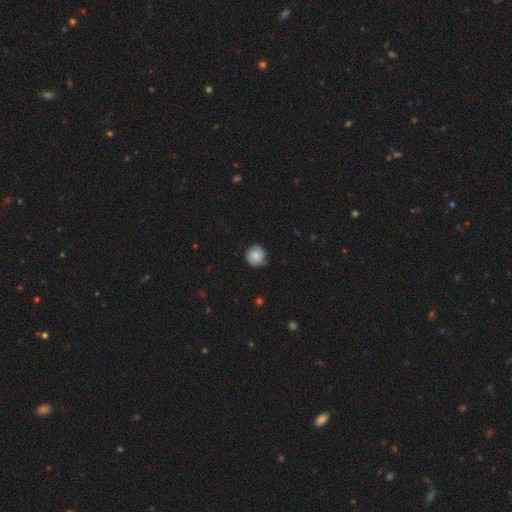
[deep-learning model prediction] Q: Smooth or featured?
A: smooth (68%); runner-up: featured or disk (24%)
Q: How rounded?
A: round (88%); runner-up: in between (11%)
Q: Merging?
A: none (79%); runner-up: minor disturbance (17%)